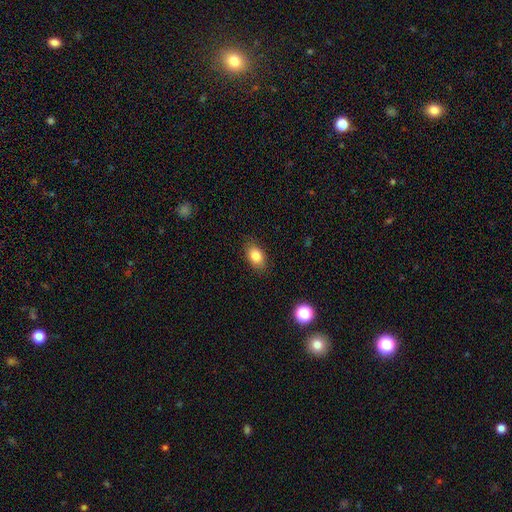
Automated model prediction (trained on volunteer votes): This appears to be a smooth galaxy with no disk features (83%) that is in between round and cigar-shaped (83%). Merging: none (85%).